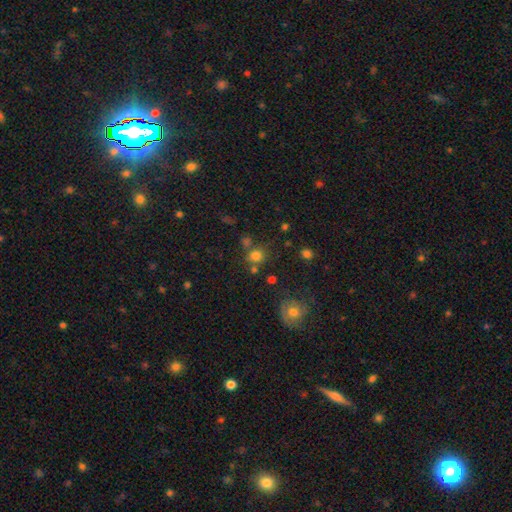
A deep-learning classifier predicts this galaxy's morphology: A smooth galaxy with no disk features (75%) that is round (83%). Merging: none (67%).